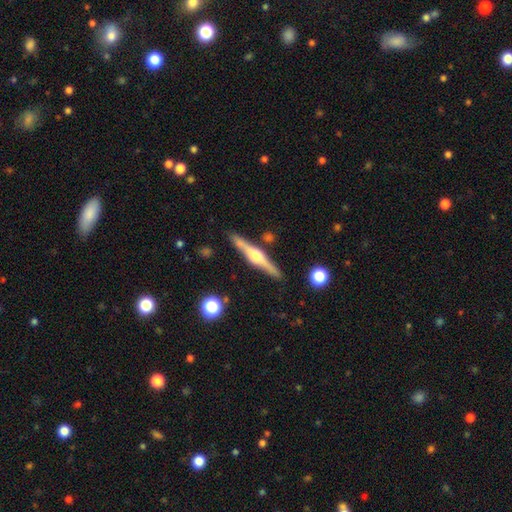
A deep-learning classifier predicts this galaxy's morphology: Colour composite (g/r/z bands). It shows a featured or disk galaxy (78%) viewed edge-on (98%) with a rounded central bulge (90%). Merging: none (87%).